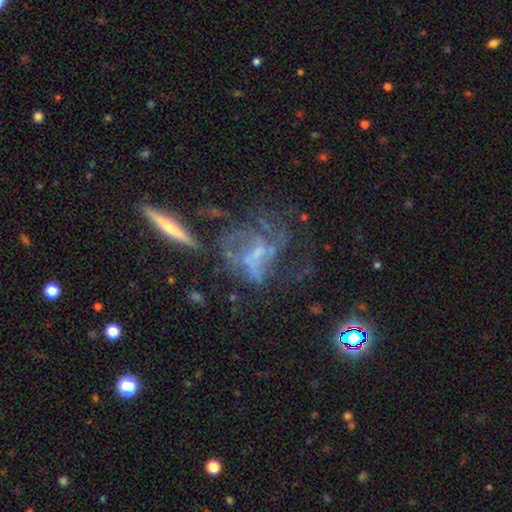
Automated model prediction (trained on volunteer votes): This is likely a featured or disk galaxy (69%). It is clearly not viewed edge-on (92%). Bar: possibly no (55%). Spiral arm pattern: possibly yes (55%). Central bulge: marginally none (40%). Merging: marginally none (37%).